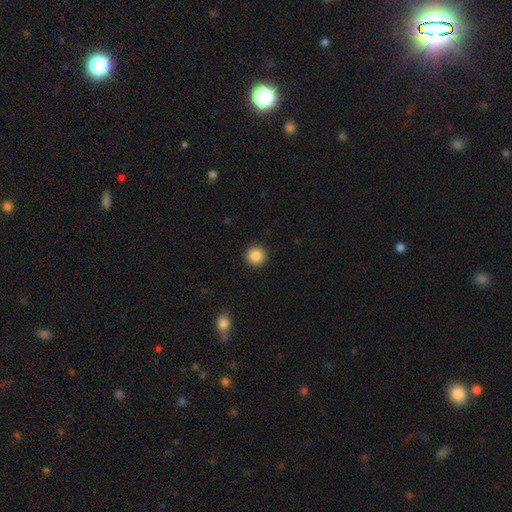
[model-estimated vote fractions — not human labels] Morphology: type=smooth (87%); roundness=round (96%); merging=none (93%).